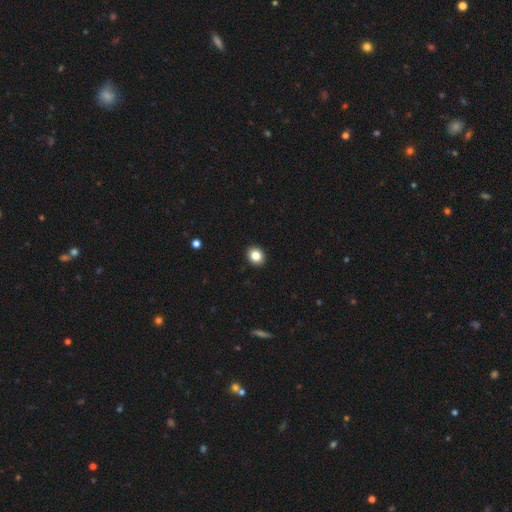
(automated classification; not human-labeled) Smooth or featured: smooth — 85% (star or artifact — 10%)
How rounded: round — 69% (in between — 30%)
Merging: none — 92% (minor disturbance — 5%)